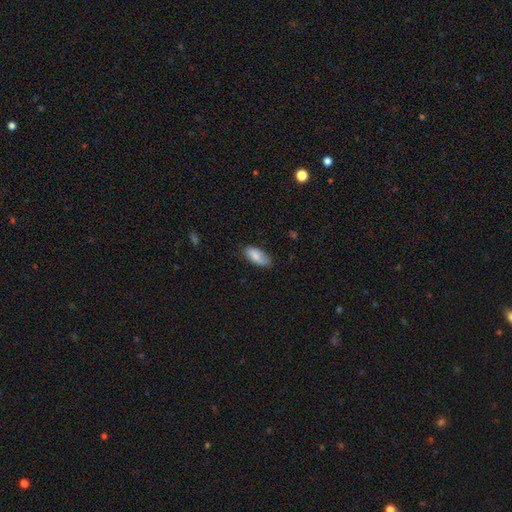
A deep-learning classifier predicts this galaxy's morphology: A smooth galaxy with no disk features (81%) that is in between round and cigar-shaped (89%).

Vote fractions:
- Smooth or featured? smooth: 81% / featured or disk: 13% / star or artifact: 6%
- How rounded? in between: 89% / cigar-shaped: 9% / round: 2%
- Merging? none: 72% / minor disturbance: 23% / major disturbance: 4% / merger: 1%